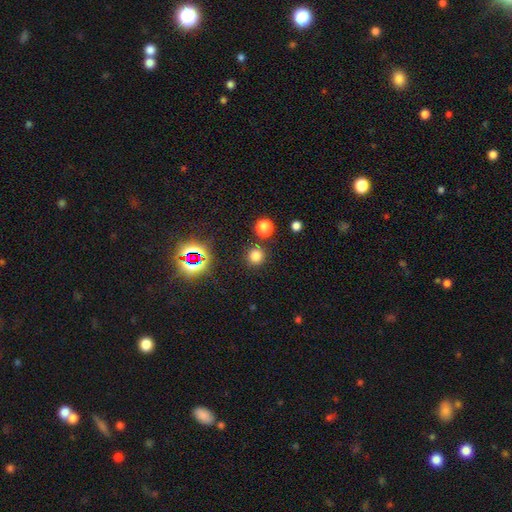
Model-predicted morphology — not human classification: smooth-or-featured: smooth: 73% | star or artifact: 21% | featured or disk: 5%
  how-rounded: round: 91% | in between: 8% | cigar-shaped: 1%
  merging: none: 84% | minor disturbance: 7% | merger: 6% | major disturbance: 3%